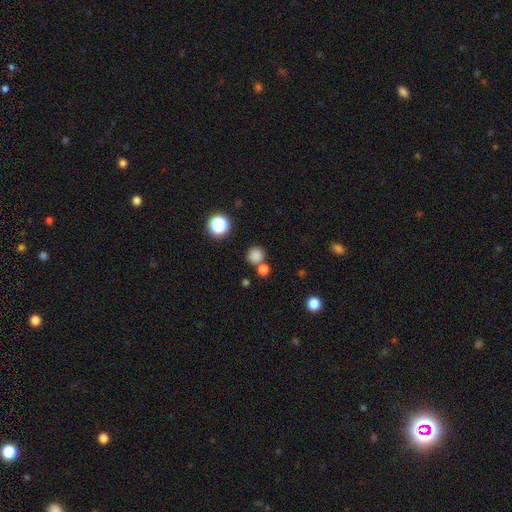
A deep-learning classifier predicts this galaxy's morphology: smooth-or-featured: smooth: 81% | star or artifact: 14% | featured or disk: 5%
  how-rounded: round: 90% | in between: 9% | cigar-shaped: 1%
  merging: none: 68% | merger: 21% | minor disturbance: 8% | major disturbance: 3%